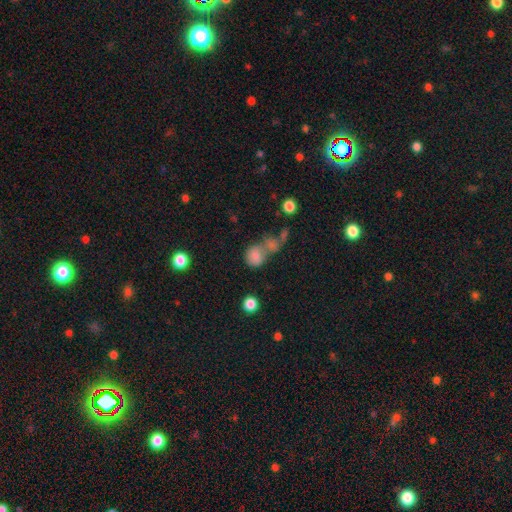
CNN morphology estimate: Smooth or featured: smooth — 79% (star or artifact — 11%)
How rounded: round — 66% (in between — 33%)
Merging: merger — 55% (none — 29%)